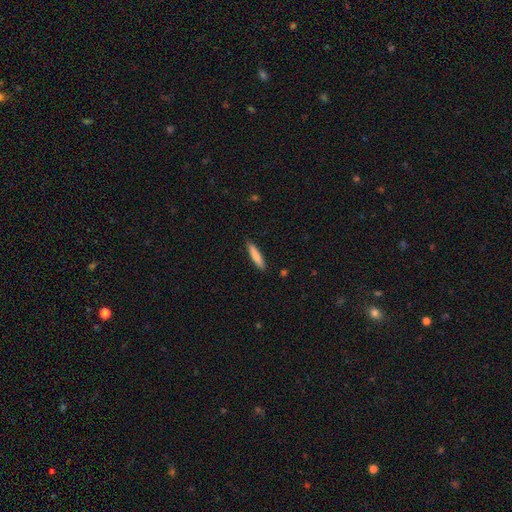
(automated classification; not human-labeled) This appears to be a smooth galaxy with no disk features (81%) that is cigar-shaped (89%). Merging: none (89%).